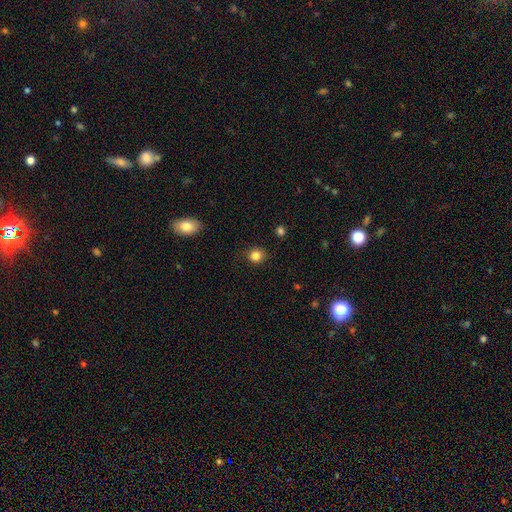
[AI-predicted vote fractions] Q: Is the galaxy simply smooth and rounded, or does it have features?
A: smooth — 83%.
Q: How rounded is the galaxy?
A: round — 86%.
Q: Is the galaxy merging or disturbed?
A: none — 87%.